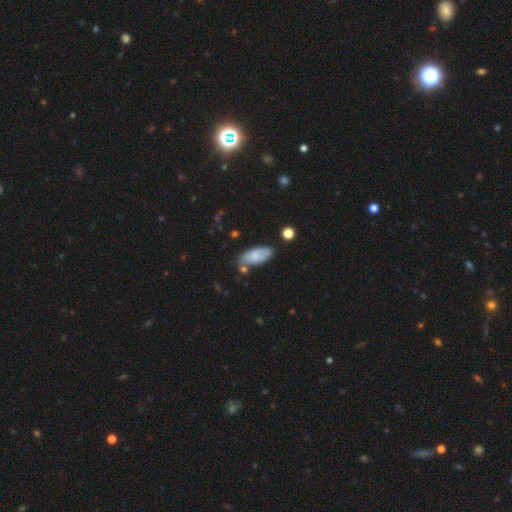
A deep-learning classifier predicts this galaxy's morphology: This is likely a smooth galaxy (75%). How rounded: clearly in between (87%). Merging: likely none (70%).